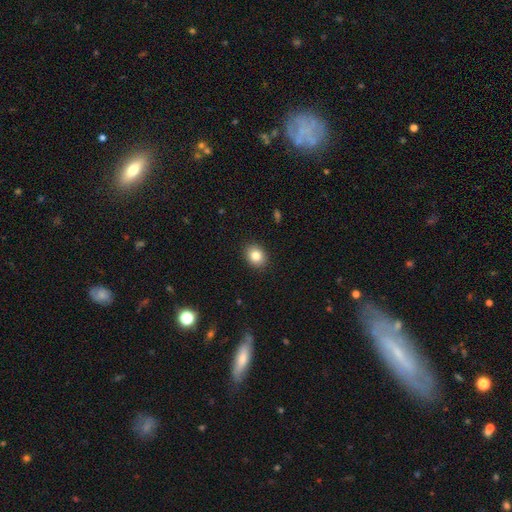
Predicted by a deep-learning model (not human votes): A smooth galaxy with no disk features (84%) that is round (52%). Merging: none (90%).